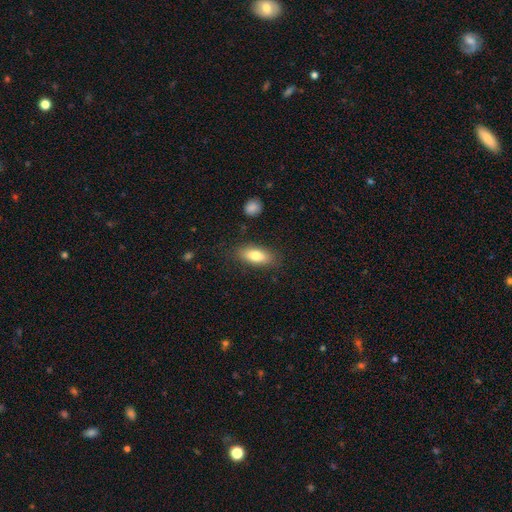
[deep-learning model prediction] Smooth or featured? smooth (78%)
How rounded? in between (80%)
Merging? none (83%)